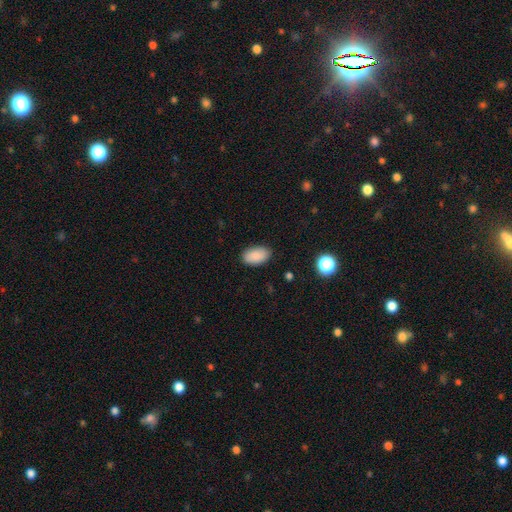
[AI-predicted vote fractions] Overall: smooth (89%). How rounded: in between (94%). Merging: none (87%).